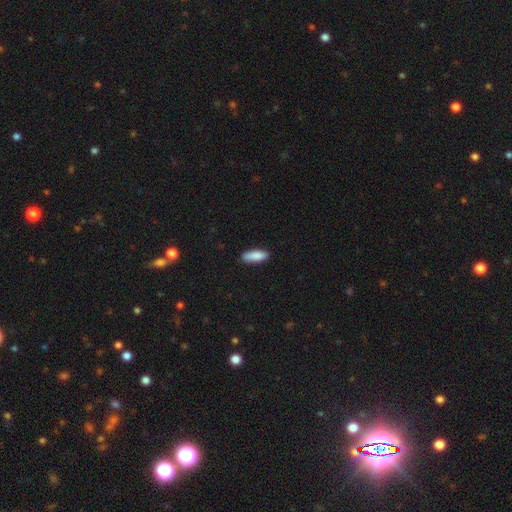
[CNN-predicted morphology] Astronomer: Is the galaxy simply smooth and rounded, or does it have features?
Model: smooth — 88%.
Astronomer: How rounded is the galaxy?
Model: in between — 63%.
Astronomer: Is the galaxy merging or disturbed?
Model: none — 87%.